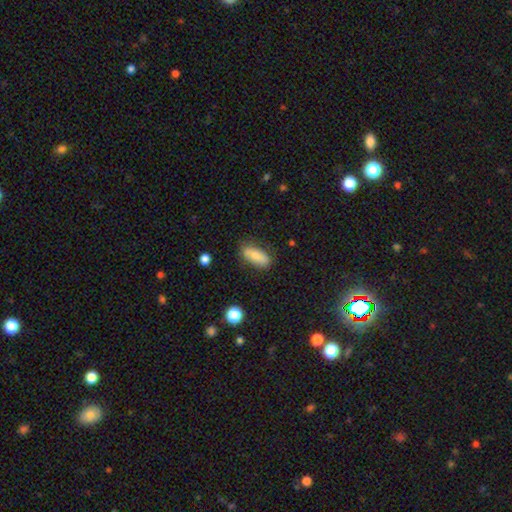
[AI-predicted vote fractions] smooth-or-featured: smooth: 77% | featured or disk: 16% | star or artifact: 7%
  how-rounded: in between: 74% | cigar-shaped: 24% | round: 3%
  merging: none: 79% | minor disturbance: 15% | major disturbance: 4% | merger: 2%